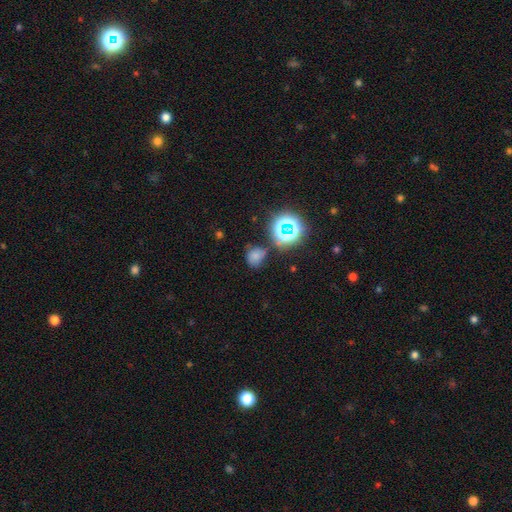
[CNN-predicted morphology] Smooth or featured? smooth (64%)
How rounded? round (67%)
Merging? none (62%)